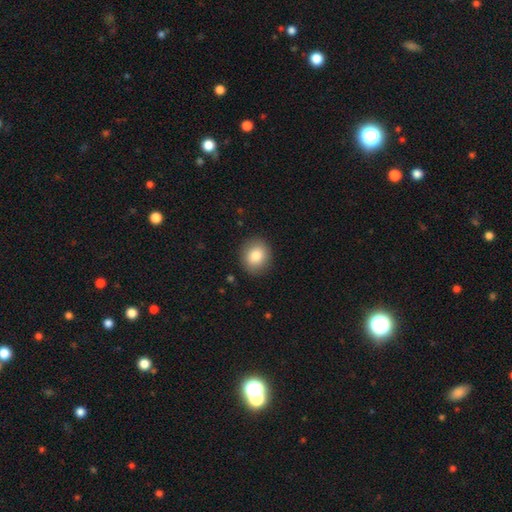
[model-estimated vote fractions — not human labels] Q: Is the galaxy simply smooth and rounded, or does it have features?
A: smooth — 83%.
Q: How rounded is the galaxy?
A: round — 79%.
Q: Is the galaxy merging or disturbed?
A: none — 89%.